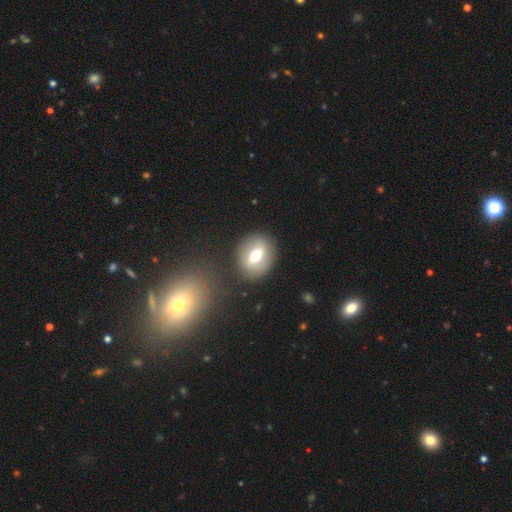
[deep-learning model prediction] Smooth or featured: smooth — 51% (featured or disk — 41%)
How rounded: round — 58% (in between — 40%)
Merging: none — 84% (minor disturbance — 9%)